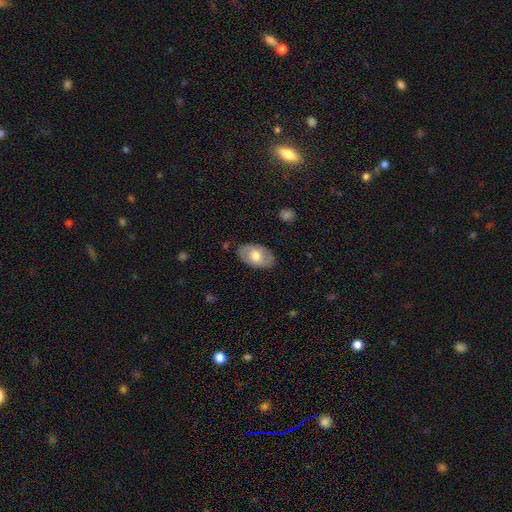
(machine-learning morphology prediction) Overall: smooth (58%; featured or disk 36%). How rounded: in between (91%). Merging: none (82%).